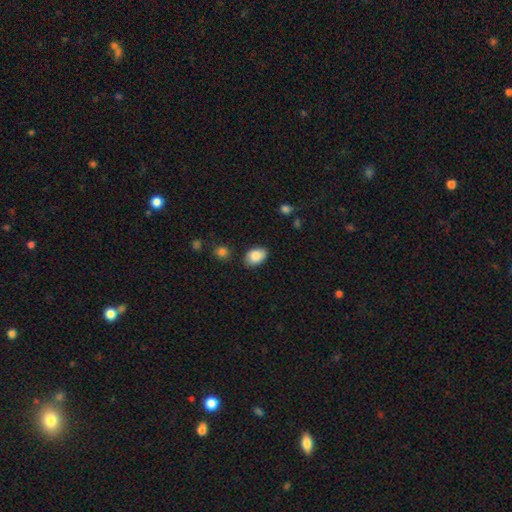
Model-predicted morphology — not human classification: smooth_or_featured: smooth (p=0.86) [alt: star or artifact p=0.07]
how_rounded: in between (p=0.86) [alt: round p=0.13]
merging: none (p=0.82) [alt: minor disturbance p=0.14]